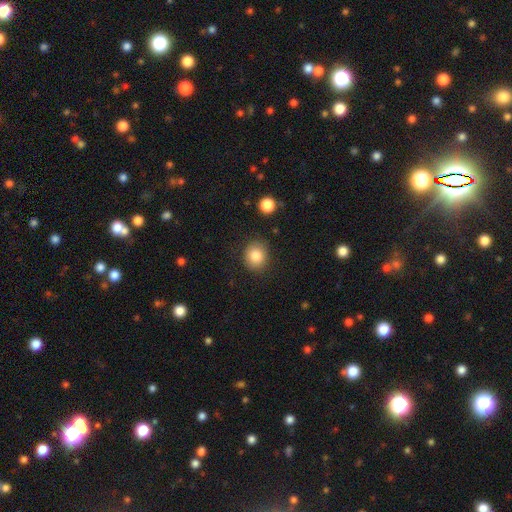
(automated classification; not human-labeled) A smooth galaxy with no disk features (84%) that is round (77%). Merging: none (85%).